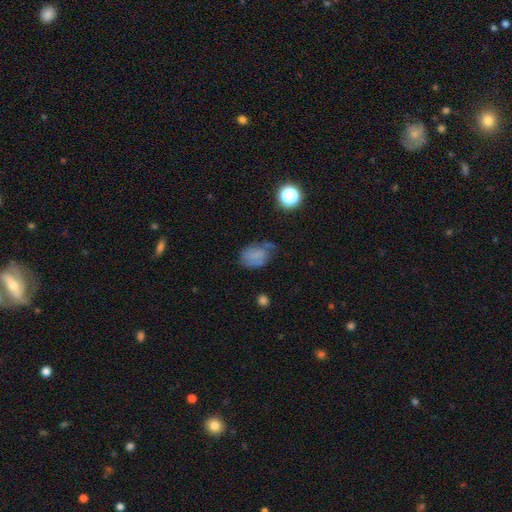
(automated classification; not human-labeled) Smooth or featured?
  - smooth: 61% *
  - featured or disk: 25%
  - star or artifact: 14%
How rounded?
  - in between: 76% *
  - round: 22%
  - cigar-shaped: 1%
Merging?
  - none: 44% *
  - minor disturbance: 33%
  - major disturbance: 18%
  - merger: 5%